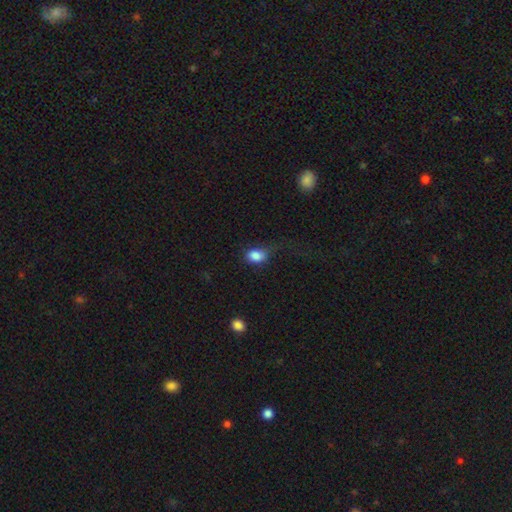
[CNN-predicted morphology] Smooth or featured: smooth — 84% (star or artifact — 10%)
How rounded: in between — 70% (round — 28%)
Merging: none — 45% (minor disturbance — 29%)